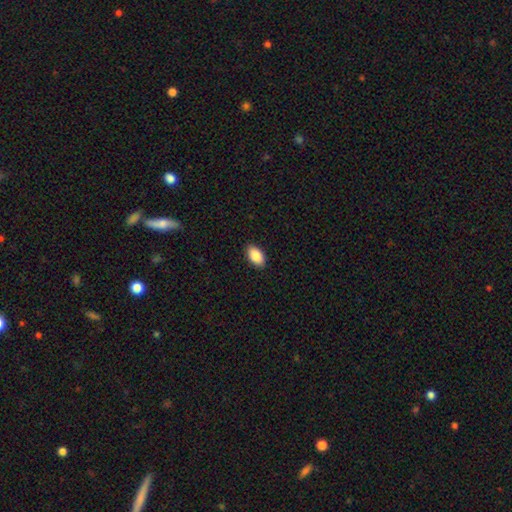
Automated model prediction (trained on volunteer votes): Smooth or featured? smooth (89%)
How rounded? in between (94%)
Merging? none (89%)